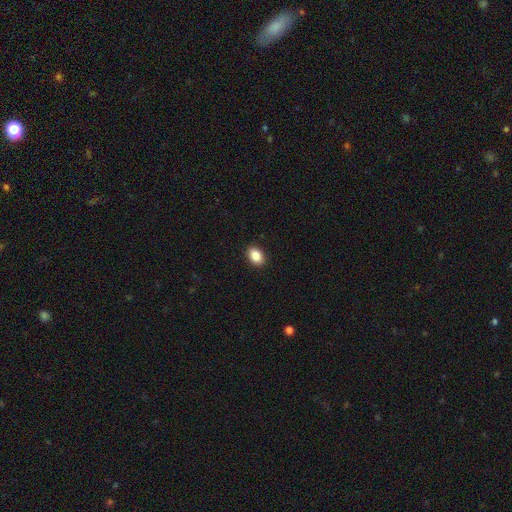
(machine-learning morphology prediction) A smooth galaxy with no disk features (87%) that is in between round and cigar-shaped (82%).

Vote fractions:
- Smooth or featured? smooth: 87% / star or artifact: 8% / featured or disk: 5%
- How rounded? in between: 82% / round: 16% / cigar-shaped: 1%
- Merging? none: 91% / minor disturbance: 7% / major disturbance: 2% / merger: 1%